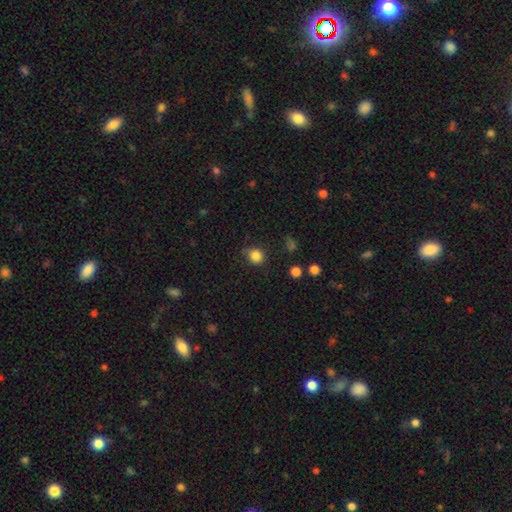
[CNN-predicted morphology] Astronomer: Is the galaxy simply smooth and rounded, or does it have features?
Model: smooth — 84%.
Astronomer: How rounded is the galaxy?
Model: round — 81%.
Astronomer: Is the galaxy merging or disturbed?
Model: none — 70%.